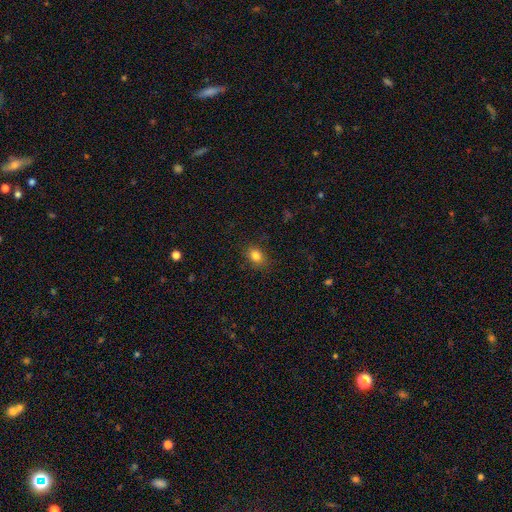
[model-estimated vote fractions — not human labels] Q: Smooth or featured?
A: smooth (82%); runner-up: star or artifact (12%)
Q: How rounded?
A: in between (62%); runner-up: round (37%)
Q: Merging?
A: none (83%); runner-up: minor disturbance (12%)